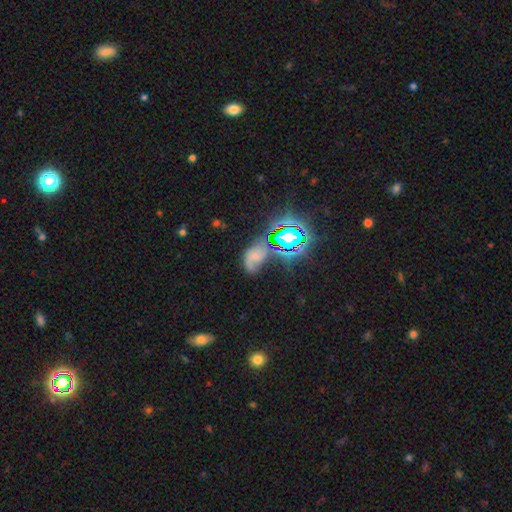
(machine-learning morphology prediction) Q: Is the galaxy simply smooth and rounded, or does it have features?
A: featured or disk — 37%.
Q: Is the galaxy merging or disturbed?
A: none — 38%.